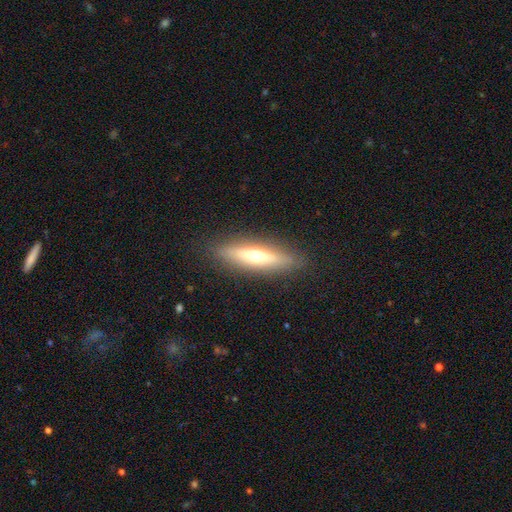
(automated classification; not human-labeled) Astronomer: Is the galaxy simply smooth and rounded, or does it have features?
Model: featured or disk — 47% (runner-up: smooth, 46%).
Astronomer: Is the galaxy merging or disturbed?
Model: none — 89%.